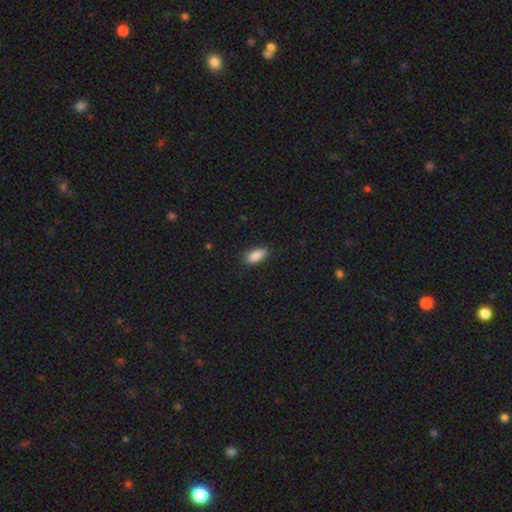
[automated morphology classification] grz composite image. It shows a smooth galaxy with no disk features (87%) that is in between round and cigar-shaped (88%). Merging: none (83%).